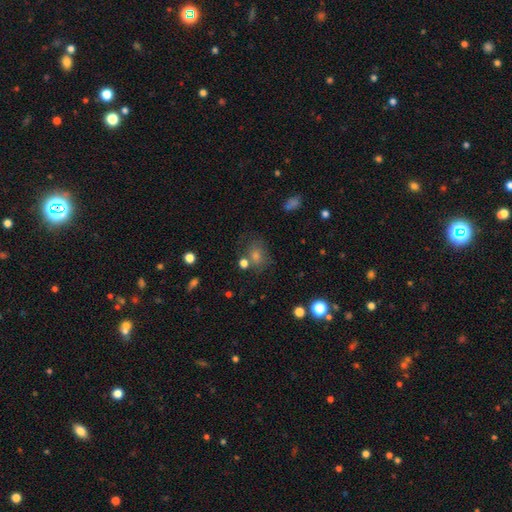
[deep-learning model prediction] Overall: smooth (53%; star or artifact 30%). How rounded: in between (51%; round 47%). Merging: none (64%).